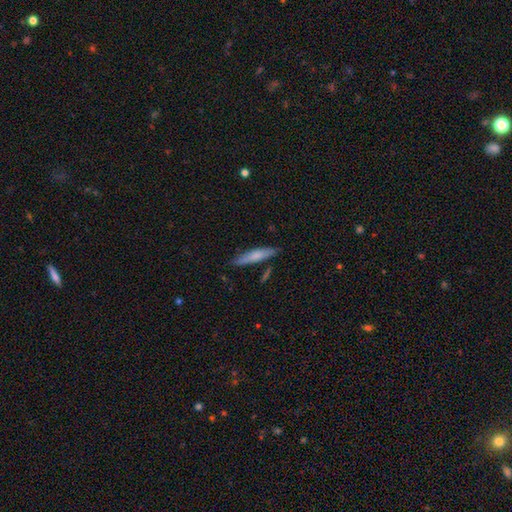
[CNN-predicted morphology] A smooth galaxy with no disk features (67%) that is cigar-shaped (85%). Merging: none (81%).